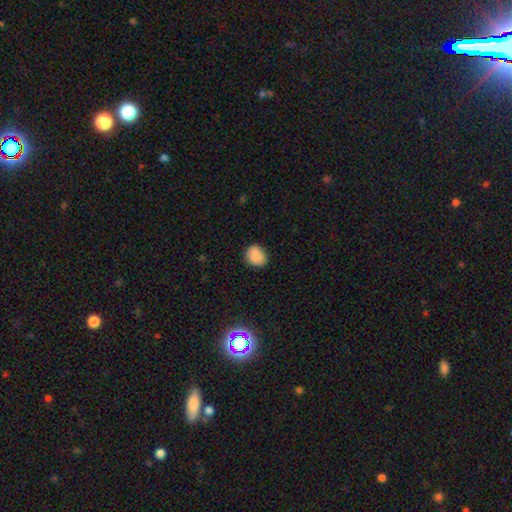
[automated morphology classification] Overall: smooth (85%). How rounded: round (51%; in between 48%). Merging: none (78%).